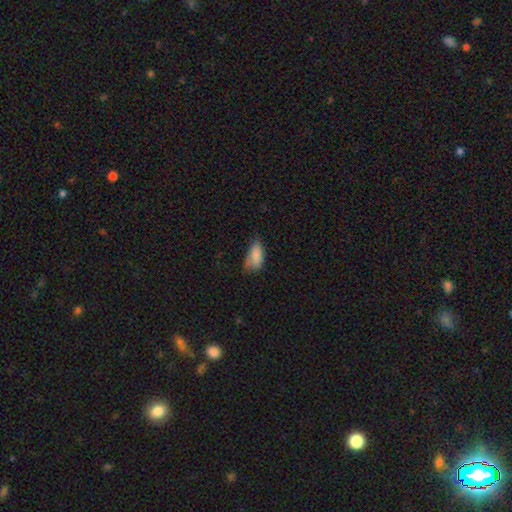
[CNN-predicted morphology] Overall: smooth (83%). How rounded: in between (90%). Merging: none (43%; minor disturbance 41%).